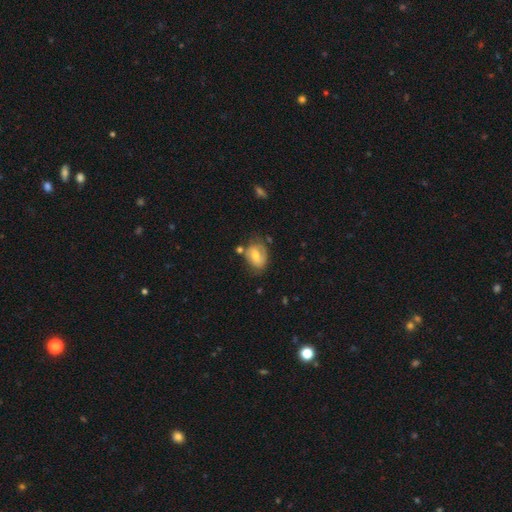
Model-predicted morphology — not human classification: smooth-or-featured: smooth: 49% | featured or disk: 43% | star or artifact: 8%
  merging: none: 57% | minor disturbance: 26% | major disturbance: 10% | merger: 7%